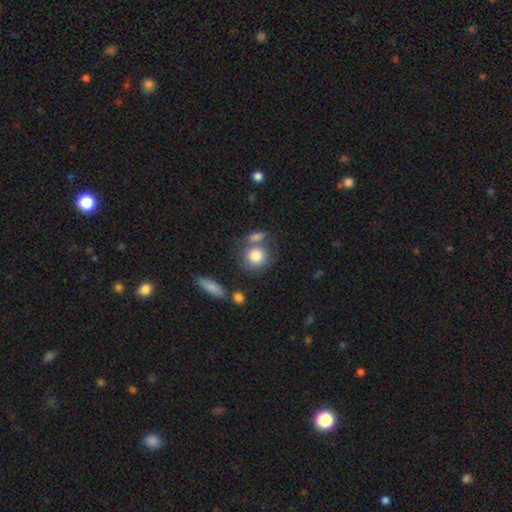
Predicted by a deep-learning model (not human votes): Q: Smooth or featured?
A: smooth (82%); runner-up: featured or disk (10%)
Q: How rounded?
A: round (74%); runner-up: in between (24%)
Q: Merging?
A: none (53%); runner-up: merger (29%)